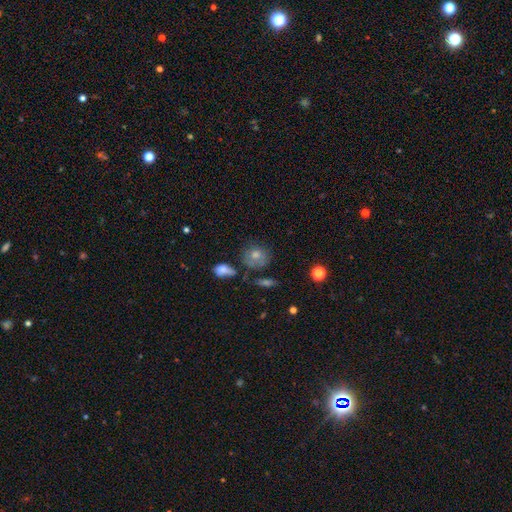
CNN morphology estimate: A smooth galaxy with no disk features (71%) that is round (71%).

Vote fractions:
- Smooth or featured? smooth: 71% / featured or disk: 18% / star or artifact: 11%
- How rounded? round: 71% / in between: 28% / cigar-shaped: 2%
- Merging? none: 51% / minor disturbance: 24% / major disturbance: 13% / merger: 12%